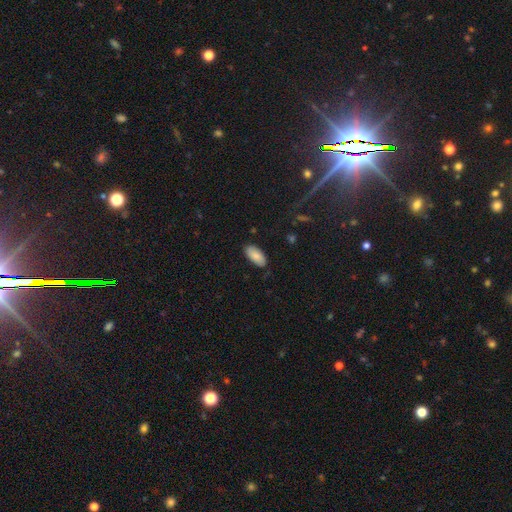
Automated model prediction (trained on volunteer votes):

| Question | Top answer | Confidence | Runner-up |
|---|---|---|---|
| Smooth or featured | smooth | 86% | featured or disk (7%) |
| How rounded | in between | 93% | cigar-shaped (5%) |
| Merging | none | 83% | minor disturbance (14%) |